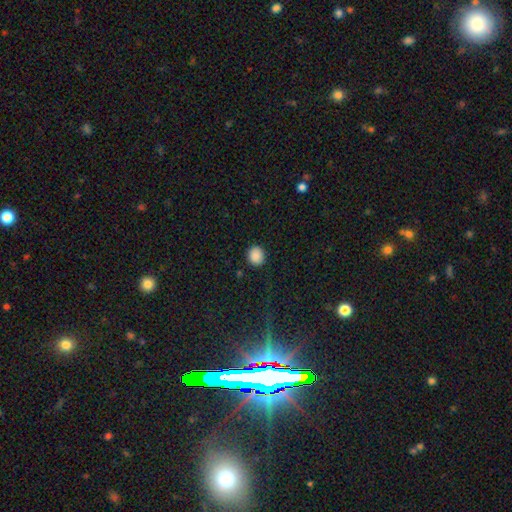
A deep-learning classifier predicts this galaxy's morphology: This is clearly a smooth galaxy (88%). How rounded: likely round (79%). Merging: clearly none (90%).